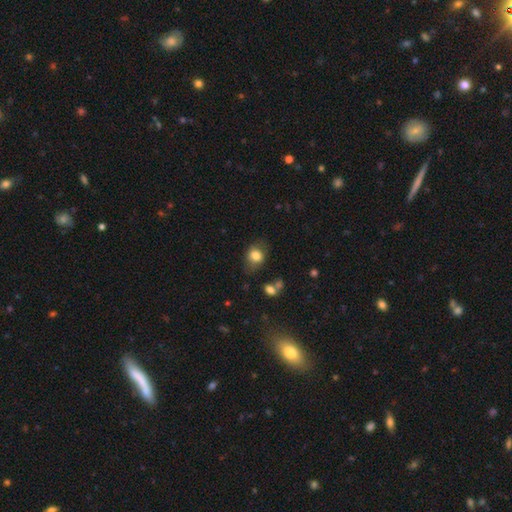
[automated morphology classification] smooth 79%, featured or disk 11%, star or artifact 9%. Down the decision tree: how rounded — in between (53%); merging — none (67%).